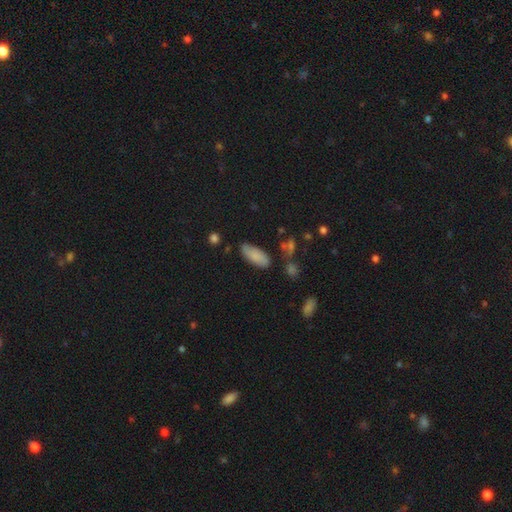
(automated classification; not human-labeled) Smooth or featured?
  - smooth: 82% *
  - featured or disk: 11%
  - star or artifact: 7%
How rounded?
  - in between: 83% *
  - cigar-shaped: 15%
  - round: 2%
Merging?
  - none: 70% *
  - minor disturbance: 21%
  - major disturbance: 5%
  - merger: 5%